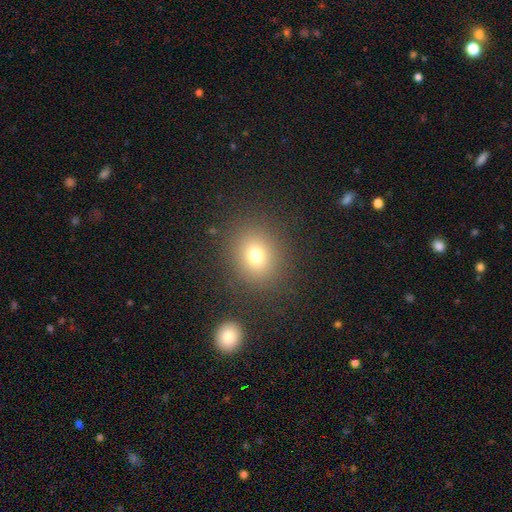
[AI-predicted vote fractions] smooth 73%, star or artifact 16%, featured or disk 10%. Down the decision tree: how rounded — round (76%); merging — none (85%).